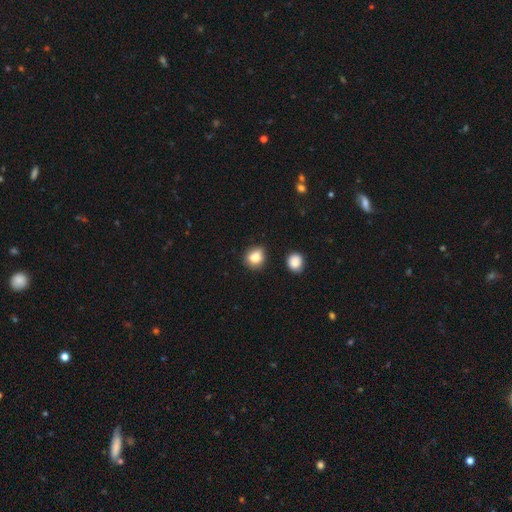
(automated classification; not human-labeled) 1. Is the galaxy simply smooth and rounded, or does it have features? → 81% smooth, 10% star or artifact, 8% featured or disk.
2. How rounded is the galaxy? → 64% round, 35% in between, 1% cigar-shaped.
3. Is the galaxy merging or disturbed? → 72% none, 19% minor disturbance, 5% merger, 4% major disturbance.